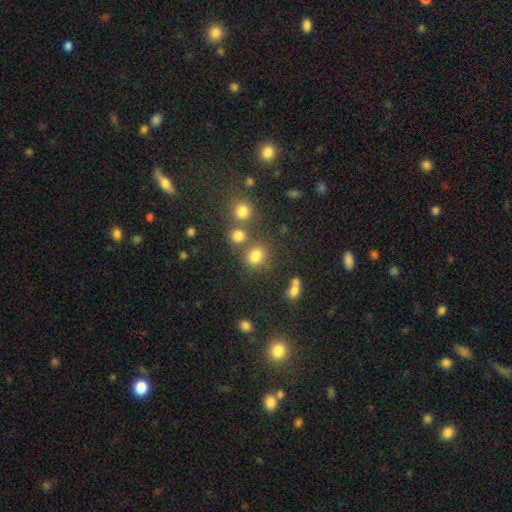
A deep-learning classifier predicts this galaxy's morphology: type=smooth (77%); roundness=round (71%); merging=none (65%).